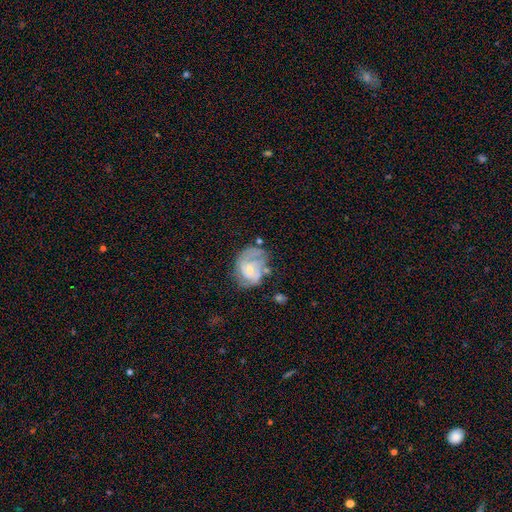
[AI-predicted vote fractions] Smooth or featured: featured or disk — 68% (smooth — 23%)
Edge-on disk: no — 98% (yes — 2%)
Bar: no — 62% (weak — 32%)
Spiral arms: yes — 80% (no — 20%)
Spiral winding: tight — 52% (medium — 35%)
Spiral arm count: 2 — 39% (can't tell — 34%)
Bulge size: small — 54% (moderate — 38%)
Merging: none — 48% (minor disturbance — 27%)